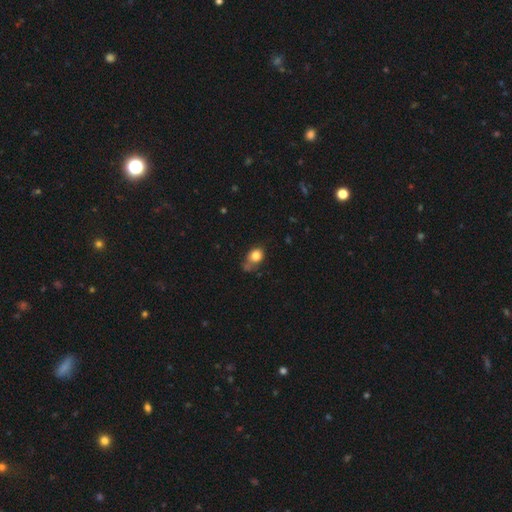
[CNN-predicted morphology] This appears to be a smooth galaxy with no disk features (79%) that is in between round and cigar-shaped (51%). Merging: none (48%).